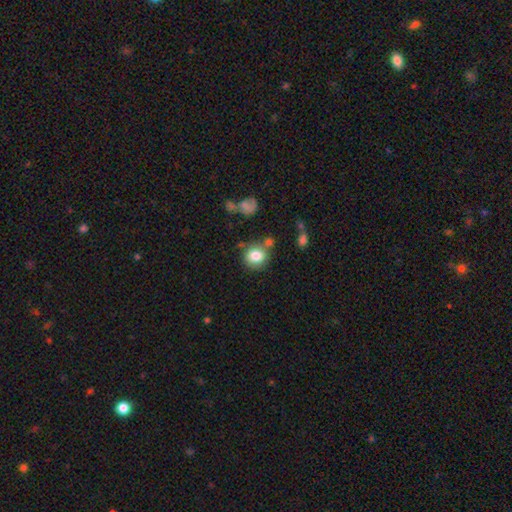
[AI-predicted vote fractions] smooth-or-featured: smooth: 82% | star or artifact: 9% | featured or disk: 9%
  how-rounded: round: 74% | in between: 25% | cigar-shaped: 1%
  merging: none: 68% | minor disturbance: 15% | merger: 11% | major disturbance: 5%